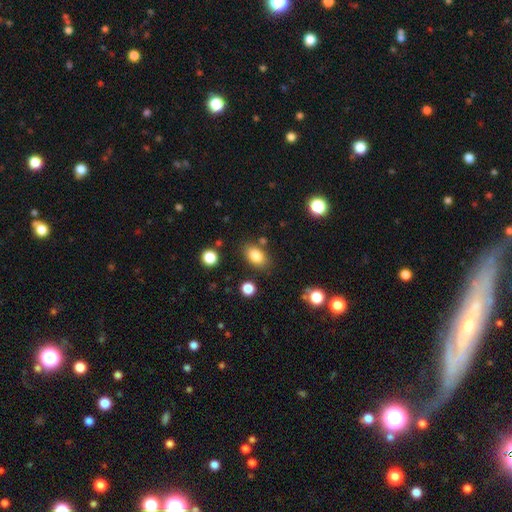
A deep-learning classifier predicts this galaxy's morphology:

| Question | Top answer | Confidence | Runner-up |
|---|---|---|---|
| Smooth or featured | smooth | 83% | star or artifact (9%) |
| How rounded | in between | 84% | round (14%) |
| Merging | none | 80% | minor disturbance (12%) |